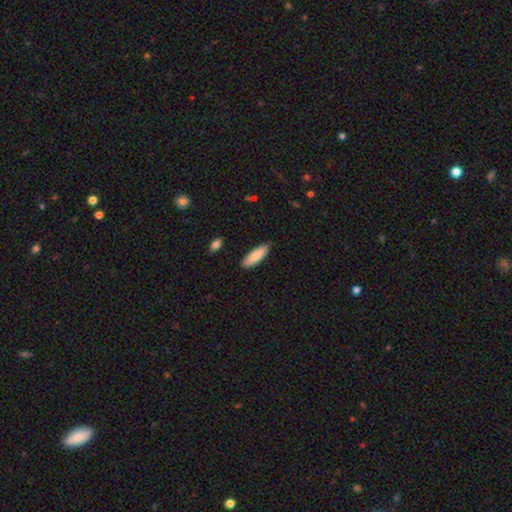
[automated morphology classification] This appears to be a smooth galaxy with no disk features (86%) that is in between round and cigar-shaped (52%). Merging: none (86%).